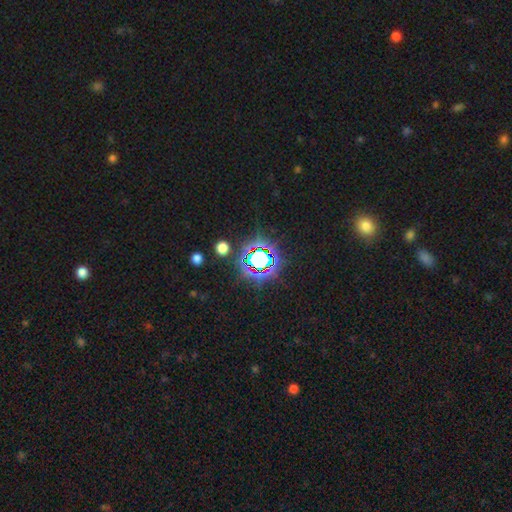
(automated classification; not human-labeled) A star or artifact, not a galaxy (77%).

Vote fractions:
- Smooth or featured? star or artifact: 77% / smooth: 14% / featured or disk: 9%